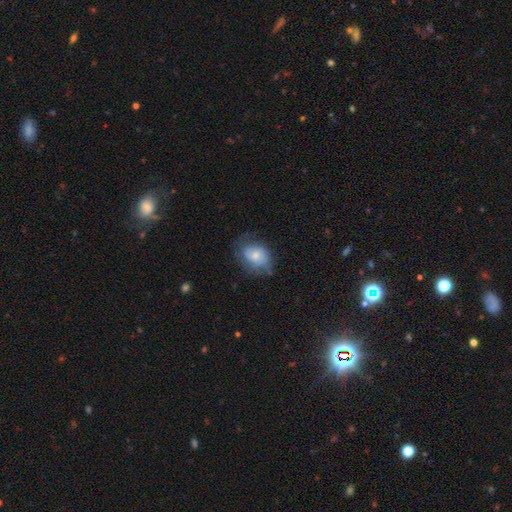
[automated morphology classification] Smooth or featured: smooth — 50% (featured or disk — 42%)
Merging: none — 53% (minor disturbance — 30%)